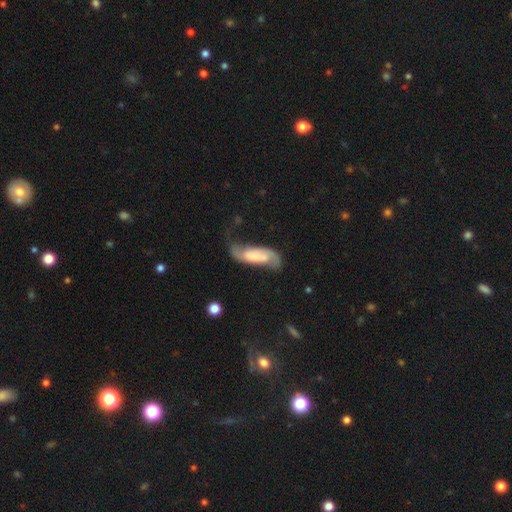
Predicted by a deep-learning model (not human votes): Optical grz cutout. It shows a featured or disk galaxy (66%) with no bar (42%), 2 (86%) loose (54%) spiral arms (91%) and no central bulge (30%). Merging: none (47%).